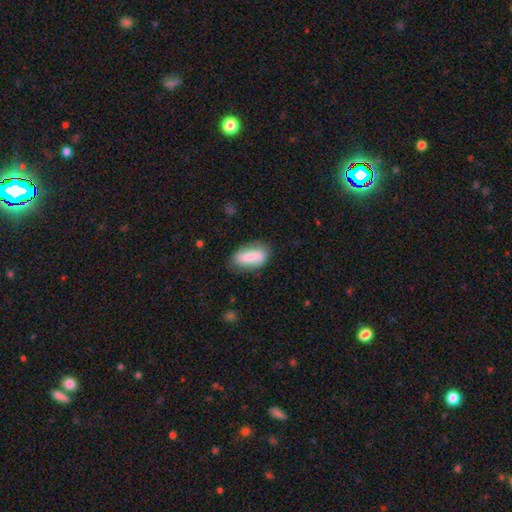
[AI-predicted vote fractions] Smooth or featured? smooth (69%)
How rounded? in between (88%)
Merging? none (71%)